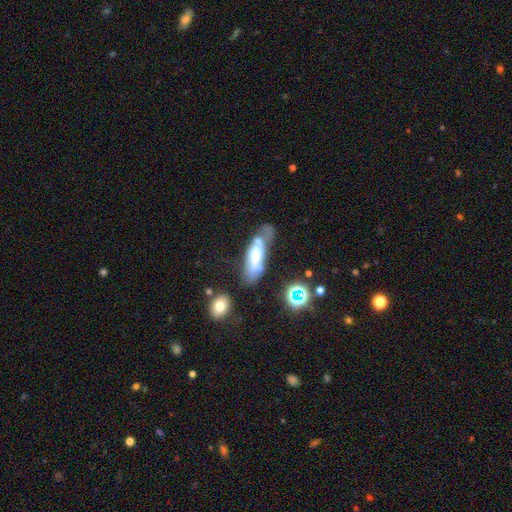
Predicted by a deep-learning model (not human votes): A featured or disk galaxy (47%). Merging: none (37%).